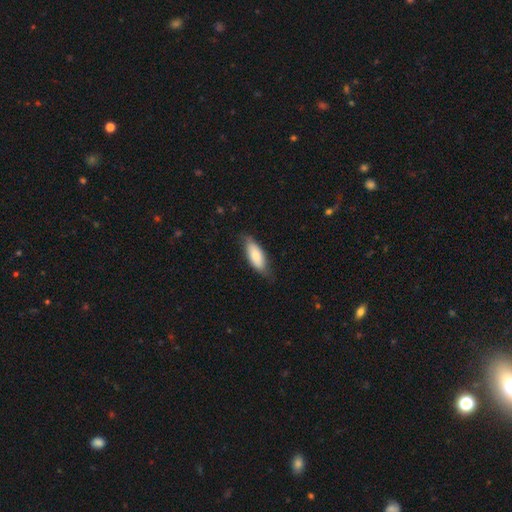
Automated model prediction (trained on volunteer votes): This appears to be a smooth galaxy with no disk features (75%) that is in between round and cigar-shaped (74%). Merging: none (72%).